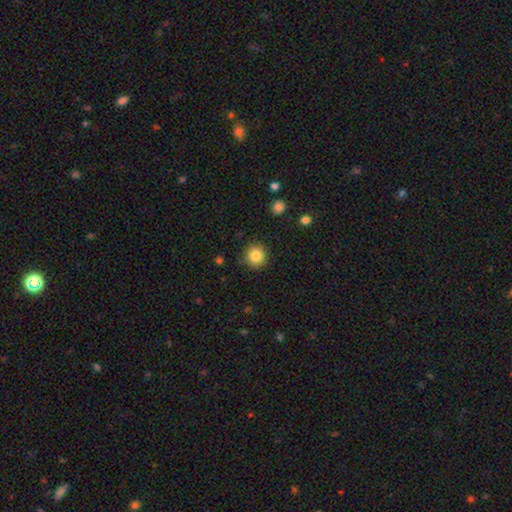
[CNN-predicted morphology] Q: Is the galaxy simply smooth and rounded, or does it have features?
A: smooth — 84%.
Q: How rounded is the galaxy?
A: round — 94%.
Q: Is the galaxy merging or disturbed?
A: none — 90%.